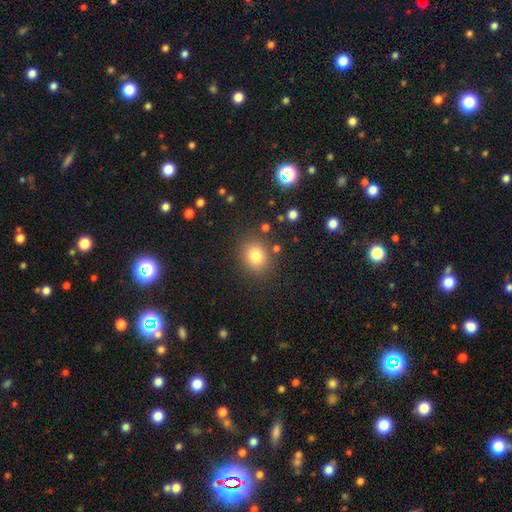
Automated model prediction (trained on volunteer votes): smooth 81%, star or artifact 12%, featured or disk 7%. Down the decision tree: how rounded — round (73%); merging — none (84%).